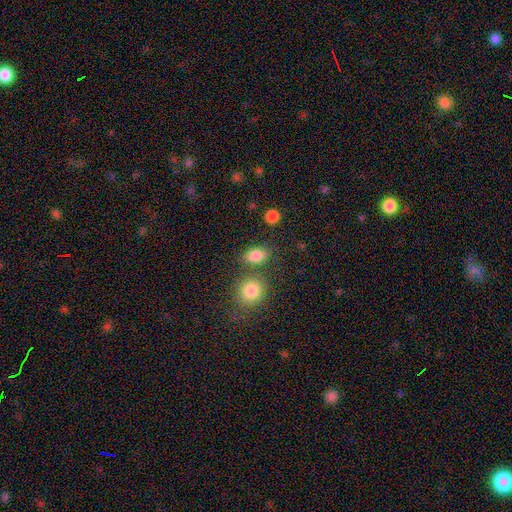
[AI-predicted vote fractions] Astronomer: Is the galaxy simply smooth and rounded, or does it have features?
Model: smooth — 84%.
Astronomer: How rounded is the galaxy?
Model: in between — 76%.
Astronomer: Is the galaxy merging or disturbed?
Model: none — 70%.